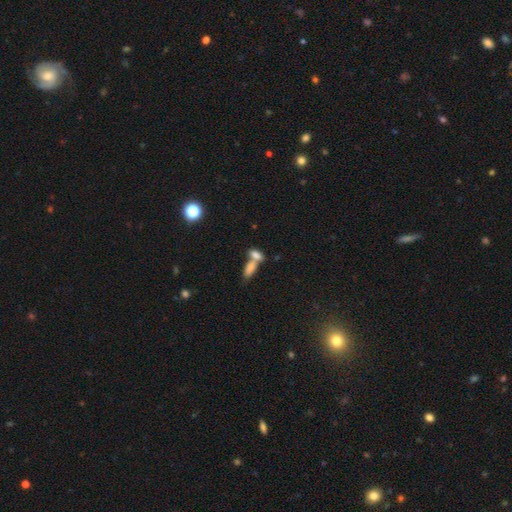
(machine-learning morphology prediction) This is likely a smooth galaxy (77%). How rounded: clearly in between (80%). Merging: likely merger (64%).